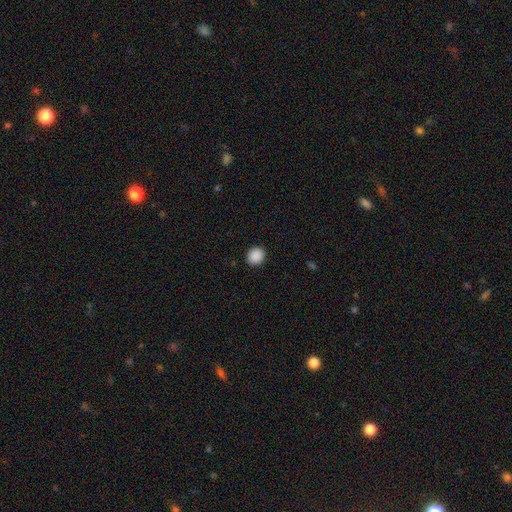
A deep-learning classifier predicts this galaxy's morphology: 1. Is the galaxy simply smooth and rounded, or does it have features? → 89% smooth, 8% star or artifact, 2% featured or disk.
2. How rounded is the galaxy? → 75% round, 24% in between, 1% cigar-shaped.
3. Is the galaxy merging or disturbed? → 91% none, 6% minor disturbance, 2% major disturbance, 1% merger.